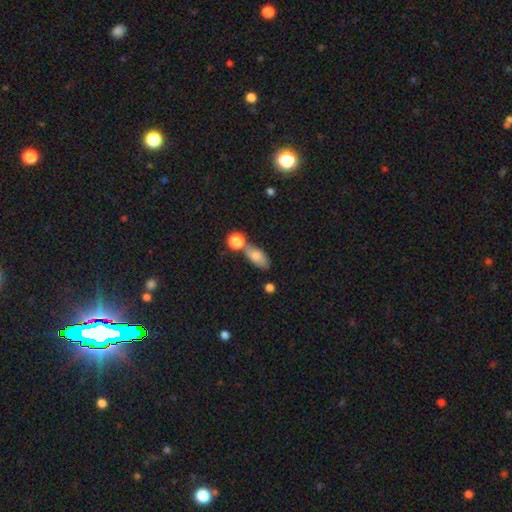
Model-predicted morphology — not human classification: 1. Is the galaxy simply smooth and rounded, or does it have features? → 74% smooth, 17% featured or disk, 9% star or artifact.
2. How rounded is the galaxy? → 80% in between, 11% cigar-shaped, 9% round.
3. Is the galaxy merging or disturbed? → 52% none, 24% merger, 17% minor disturbance, 7% major disturbance.